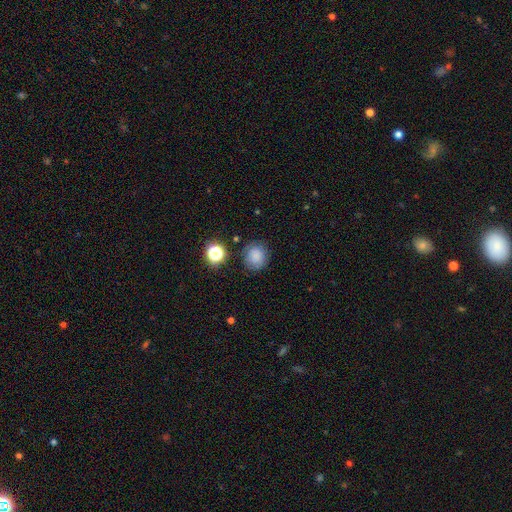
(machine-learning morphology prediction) smooth_or_featured: smooth (p=0.81) [alt: star or artifact p=0.12]
how_rounded: round (p=0.79) [alt: in between p=0.20]
merging: none (p=0.77) [alt: minor disturbance p=0.15]